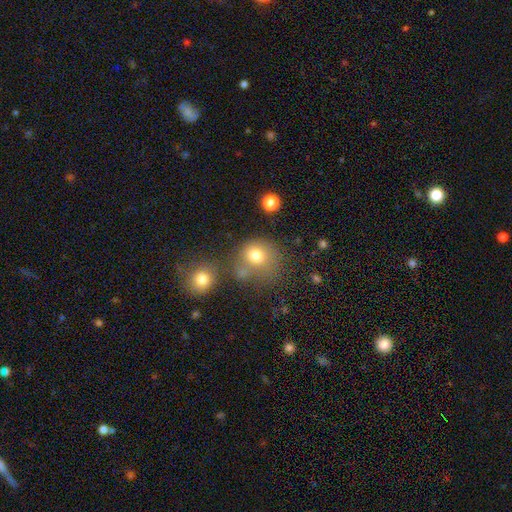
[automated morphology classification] Smooth or featured? Predicted: smooth (p=0.76). How rounded? Predicted: round (p=0.80). Merging? Predicted: none (p=0.53).